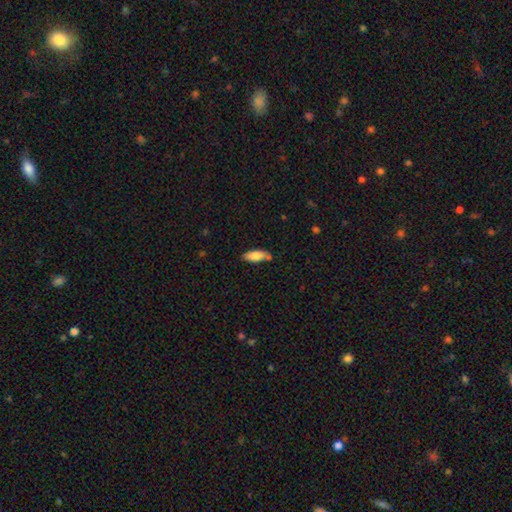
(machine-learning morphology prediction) Overall: smooth (81%). How rounded: in between (74%). Merging: none (70%).